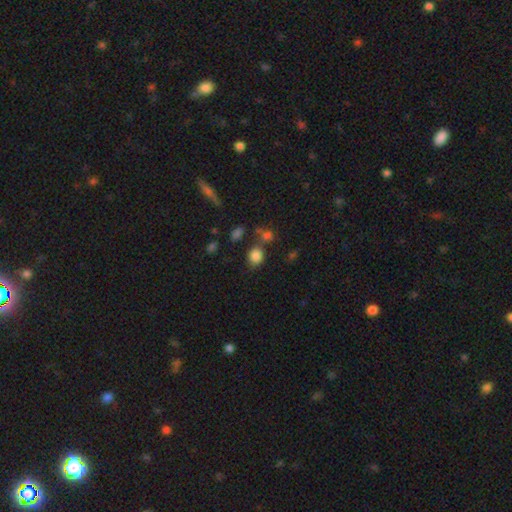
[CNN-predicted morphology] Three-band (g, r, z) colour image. It shows a smooth galaxy with no disk features (84%) that is round (68%). Merging: none (67%).